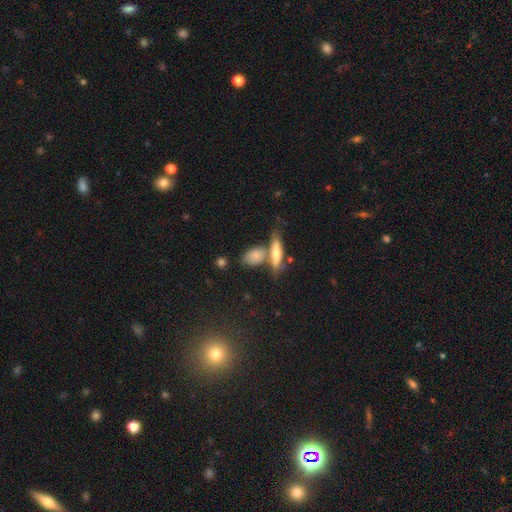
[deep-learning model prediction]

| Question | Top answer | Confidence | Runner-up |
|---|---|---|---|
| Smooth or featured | smooth | 75% | featured or disk (17%) |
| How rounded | in between | 72% | cigar-shaped (17%) |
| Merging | none | 48% | merger (33%) |